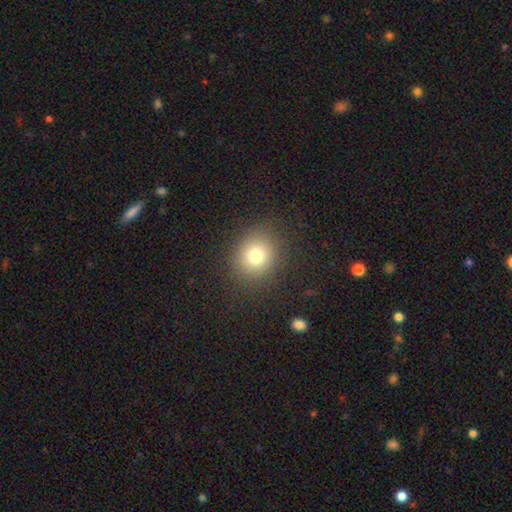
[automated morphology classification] Q: Smooth or featured?
A: smooth (77%); runner-up: star or artifact (14%)
Q: How rounded?
A: round (80%); runner-up: in between (19%)
Q: Merging?
A: none (88%); runner-up: minor disturbance (7%)